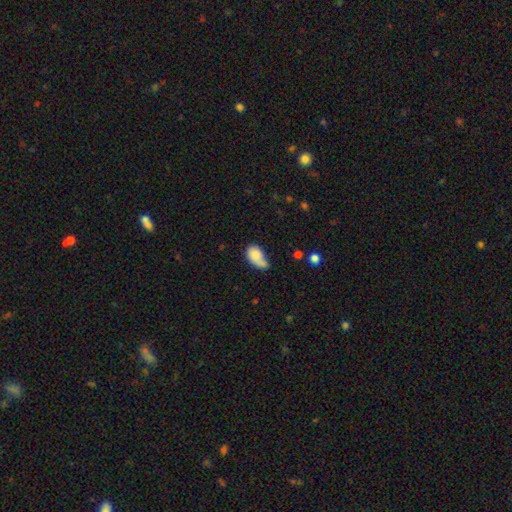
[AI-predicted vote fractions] A smooth galaxy with no disk features (80%) that is in between round and cigar-shaped (86%).

Vote fractions:
- Smooth or featured? smooth: 80% / featured or disk: 12% / star or artifact: 8%
- How rounded? in between: 86% / round: 12% / cigar-shaped: 2%
- Merging? merger: 29% (tied) / none: 29% (tied) / minor disturbance: 27% / major disturbance: 14%